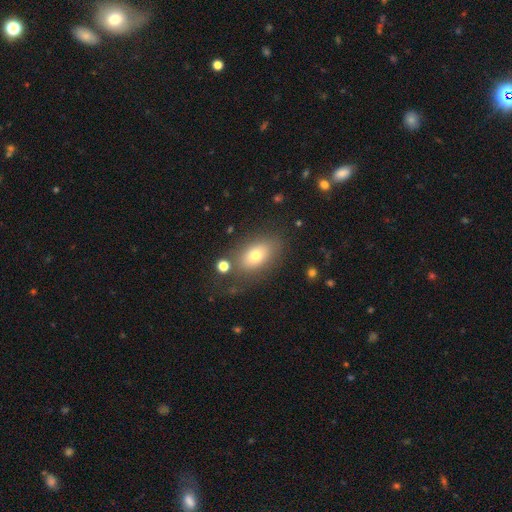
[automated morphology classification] Smooth or featured: smooth — 72% (featured or disk — 19%)
How rounded: in between — 85% (round — 12%)
Merging: none — 73% (minor disturbance — 15%)